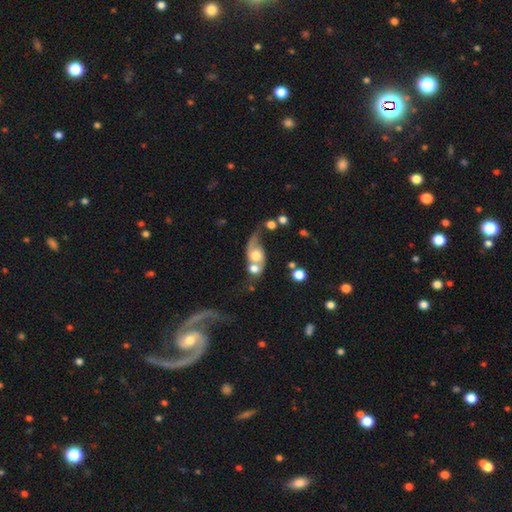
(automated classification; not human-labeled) Q: Smooth or featured?
A: featured or disk (49%); runner-up: smooth (42%)
Q: Merging?
A: merger (59%); runner-up: major disturbance (18%)